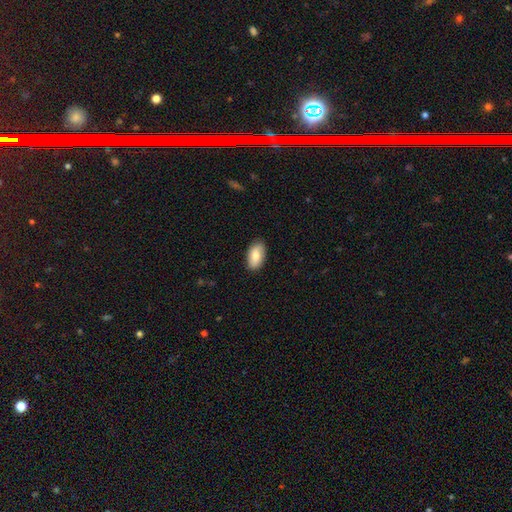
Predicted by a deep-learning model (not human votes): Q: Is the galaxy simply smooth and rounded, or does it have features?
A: smooth — 80%.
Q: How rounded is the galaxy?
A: in between — 94%.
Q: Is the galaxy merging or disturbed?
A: none — 86%.